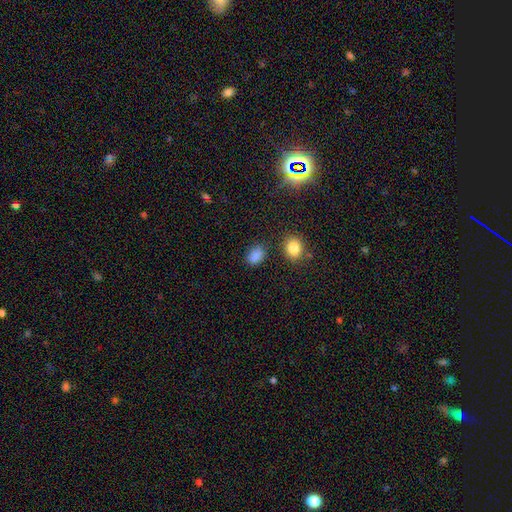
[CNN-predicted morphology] This is clearly a smooth galaxy (85%). How rounded: likely in between (80%). Merging: likely none (78%).